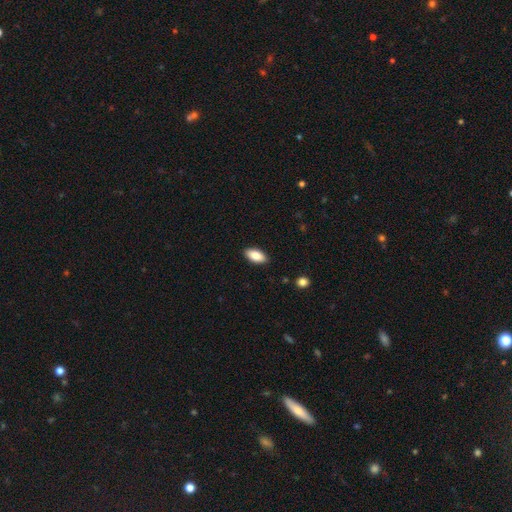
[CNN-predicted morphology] Q: Smooth or featured?
A: smooth (86%); runner-up: featured or disk (7%)
Q: How rounded?
A: in between (91%); runner-up: cigar-shaped (7%)
Q: Merging?
A: none (89%); runner-up: minor disturbance (8%)